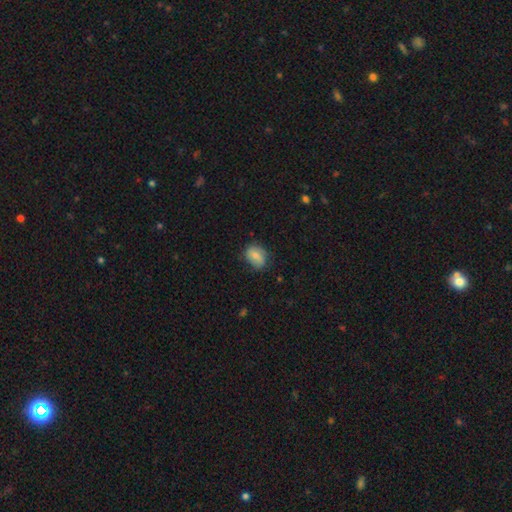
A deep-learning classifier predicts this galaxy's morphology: smooth_or_featured: smooth (p=0.72) [alt: featured or disk p=0.20]
how_rounded: in between (p=0.65) [alt: round p=0.34]
merging: none (p=0.71) [alt: minor disturbance p=0.22]